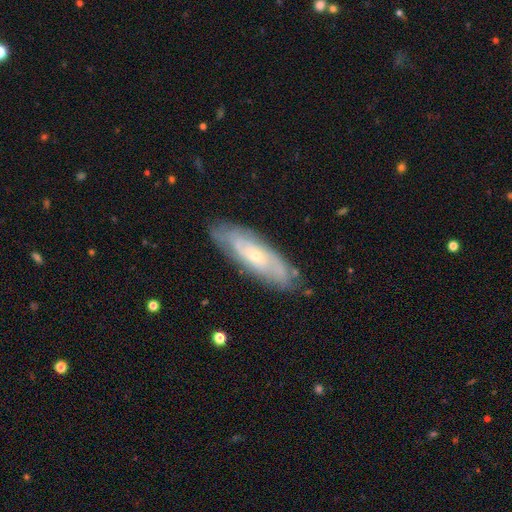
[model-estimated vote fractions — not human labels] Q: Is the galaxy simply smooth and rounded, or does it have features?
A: featured or disk — 69%.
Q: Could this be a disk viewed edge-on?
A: no — 78%.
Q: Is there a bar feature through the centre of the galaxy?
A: no — 78%.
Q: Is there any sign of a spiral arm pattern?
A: yes — 76%.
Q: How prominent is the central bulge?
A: small — 72%.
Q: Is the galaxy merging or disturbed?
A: none — 79%.